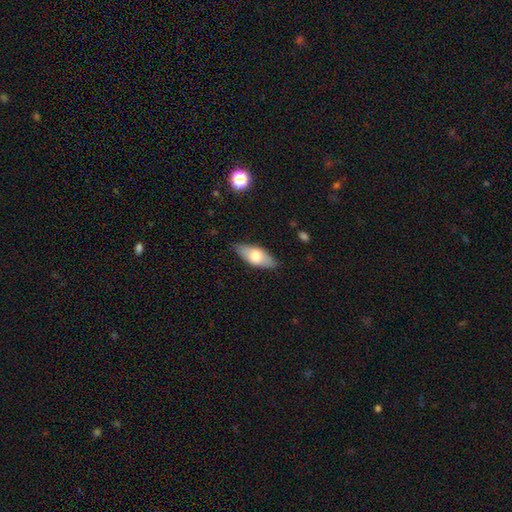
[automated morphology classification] A smooth galaxy with no disk features (64%) that is in between round and cigar-shaped (82%). Merging: none (80%).